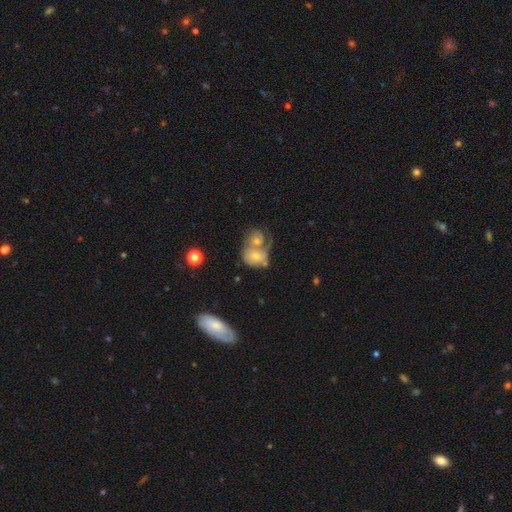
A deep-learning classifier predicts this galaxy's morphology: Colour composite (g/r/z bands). It shows a smooth galaxy with no disk features (51%) that is round (51%). Merging: merger (62%).